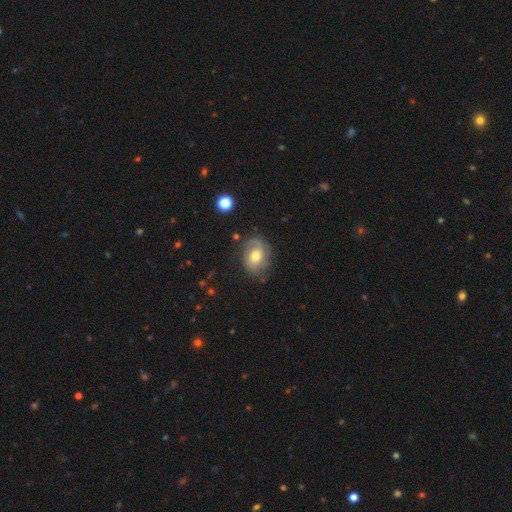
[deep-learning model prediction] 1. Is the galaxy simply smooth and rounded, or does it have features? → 56% featured or disk, 35% smooth, 8% star or artifact.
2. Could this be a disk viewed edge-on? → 96% no, 4% yes.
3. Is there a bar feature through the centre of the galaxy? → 71% no, 24% weak, 4% strong.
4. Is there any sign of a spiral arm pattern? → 82% yes, 18% no.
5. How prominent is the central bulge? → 72% moderate, 16% small, 10% large, 1% none, 1% dominant.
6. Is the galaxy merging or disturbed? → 68% none, 22% minor disturbance, 9% major disturbance, 2% merger.